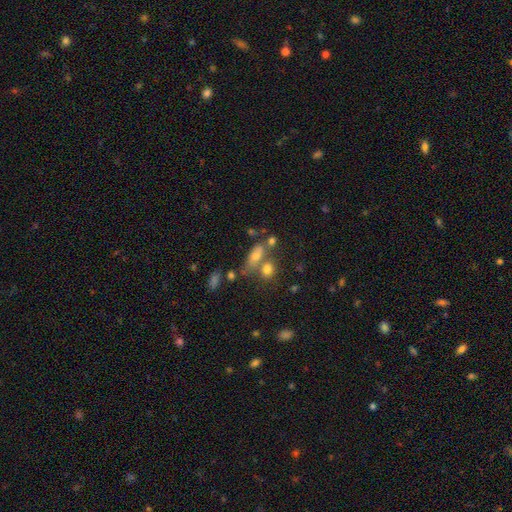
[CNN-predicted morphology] A smooth galaxy with no disk features (65%) that is in between round and cigar-shaped (70%).

Vote fractions:
- Smooth or featured? smooth: 65% / featured or disk: 20% / star or artifact: 15%
- How rounded? in between: 70% / cigar-shaped: 17% / round: 13%
- Merging? none: 46% / merger: 30% / minor disturbance: 15% / major disturbance: 9%